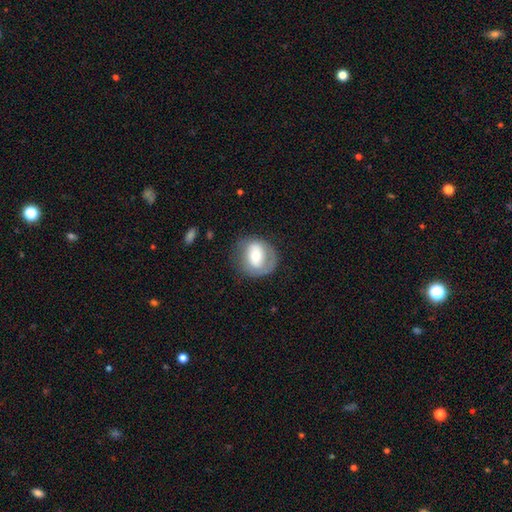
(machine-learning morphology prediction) Smooth or featured? Predicted: featured or disk (p=0.47). Merging? Predicted: none (p=0.68).